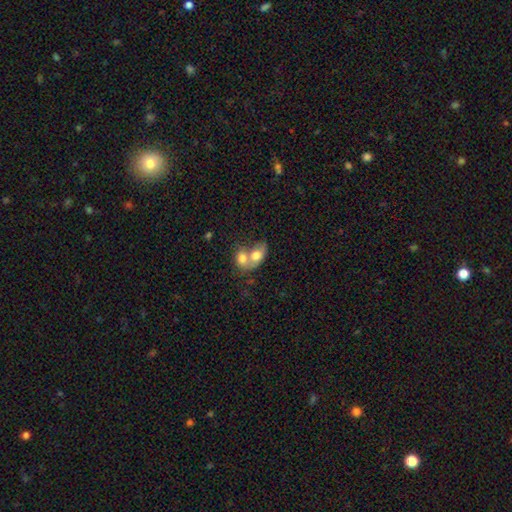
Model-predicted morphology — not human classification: A smooth galaxy with no disk features (71%) that is in between round and cigar-shaped (74%). Merging: merger (77%).